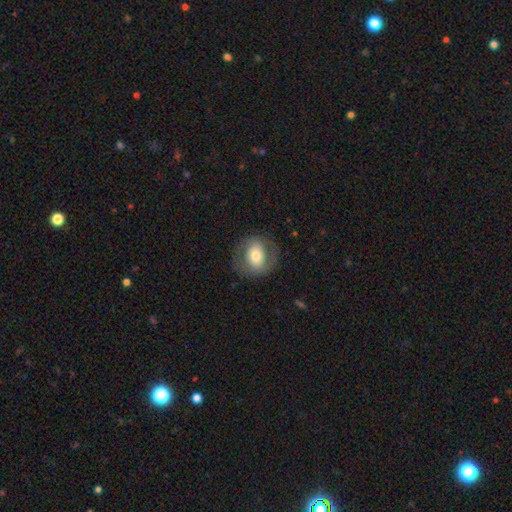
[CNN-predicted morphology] type=smooth (58%); roundness=round (59%); merging=none (78%).